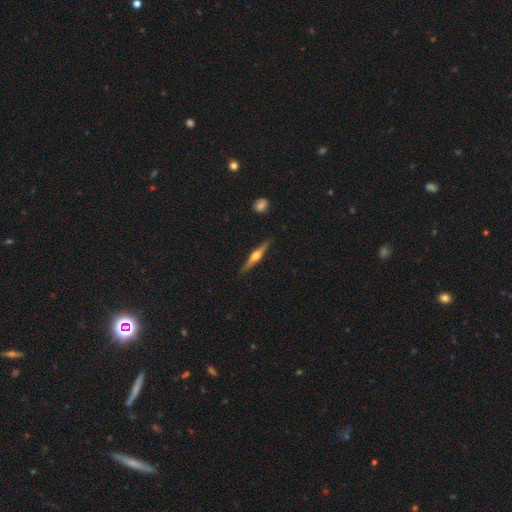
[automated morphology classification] Smooth or featured?
  - featured or disk: 70% *
  - smooth: 25%
  - star or artifact: 5%
Edge-on disk?
  - yes: 98% *
  - no: 2%
Edge-on bulge?
  - rounded: 91% *
  - boxy: 6%
  - none: 3%
Merging?
  - none: 89% *
  - minor disturbance: 8%
  - major disturbance: 2%
  - merger: 1%